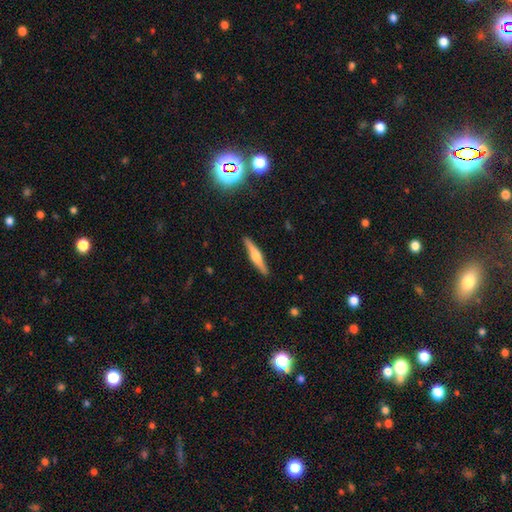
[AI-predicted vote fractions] Smooth or featured: featured or disk — 58% (smooth — 36%)
Edge-on disk: yes — 96% (no — 4%)
Edge-on bulge: rounded — 85% (boxy — 9%)
Merging: none — 89% (minor disturbance — 8%)